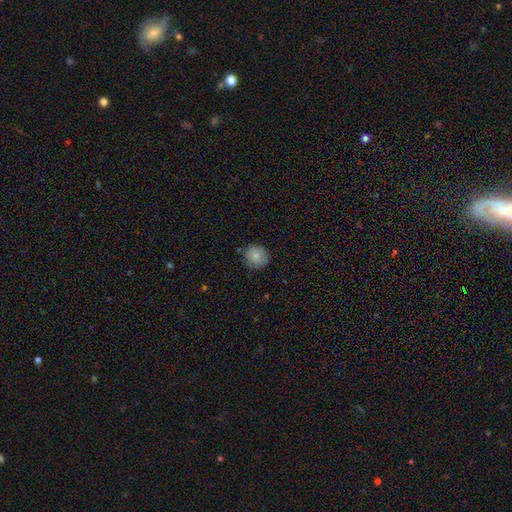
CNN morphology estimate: Smooth or featured?
  - smooth: 81% *
  - featured or disk: 11%
  - star or artifact: 8%
How rounded?
  - round: 87% *
  - in between: 12%
  - cigar-shaped: 1%
Merging?
  - none: 81% *
  - minor disturbance: 14%
  - major disturbance: 3%
  - merger: 1%